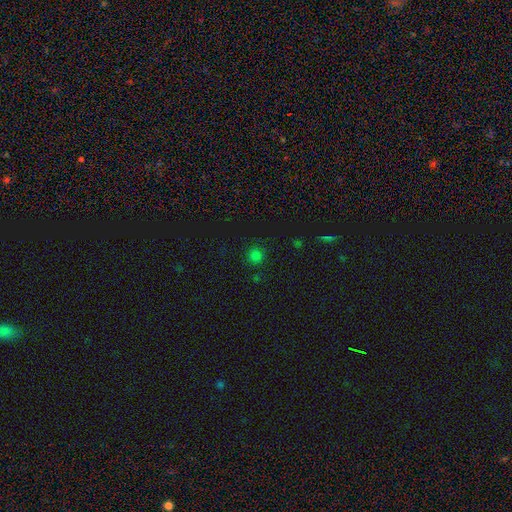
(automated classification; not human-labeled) A smooth galaxy with no disk features (74%) that is round (93%).

Vote fractions:
- Smooth or featured? smooth: 74% / star or artifact: 22% / featured or disk: 4%
- How rounded? round: 93% / in between: 6% / cigar-shaped: 1%
- Merging? none: 87% / minor disturbance: 8% / major disturbance: 3% / merger: 2%